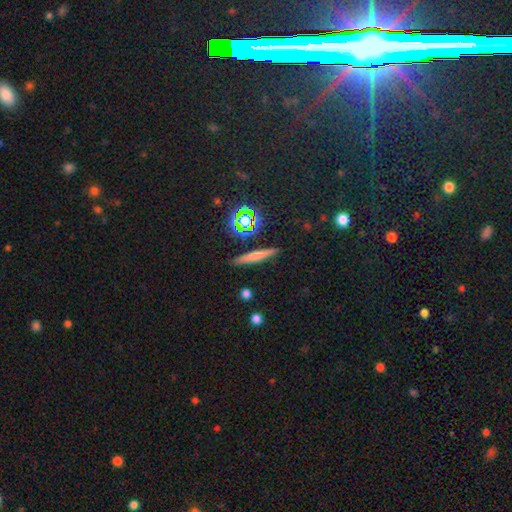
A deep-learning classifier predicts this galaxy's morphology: Overall: smooth (63%; featured or disk 23%). How rounded: cigar-shaped (90%). Merging: none (88%).